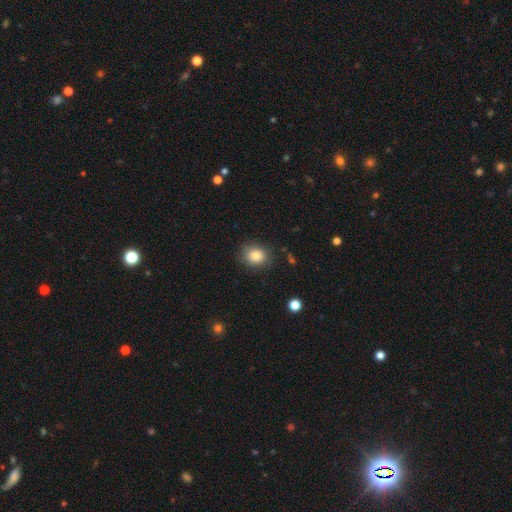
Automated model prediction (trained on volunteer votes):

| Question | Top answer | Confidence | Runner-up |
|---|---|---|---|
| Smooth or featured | smooth | 84% | star or artifact (9%) |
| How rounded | round | 63% | in between (36%) |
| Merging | none | 83% | minor disturbance (12%) |